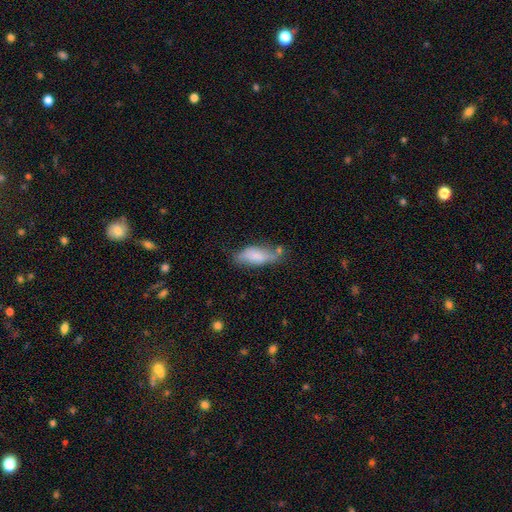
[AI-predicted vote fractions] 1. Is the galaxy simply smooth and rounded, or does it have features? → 73% smooth, 20% featured or disk, 7% star or artifact.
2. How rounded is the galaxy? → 66% in between, 32% cigar-shaped, 2% round.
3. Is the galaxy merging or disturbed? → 49% none, 31% minor disturbance, 11% major disturbance, 10% merger.